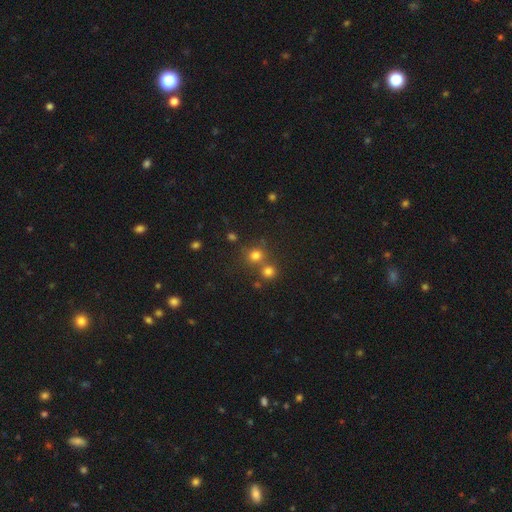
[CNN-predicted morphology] smooth_or_featured: smooth (p=0.74) [alt: star or artifact p=0.18]
how_rounded: round (p=0.86) [alt: in between p=0.13]
merging: none (p=0.59) [alt: merger p=0.30]